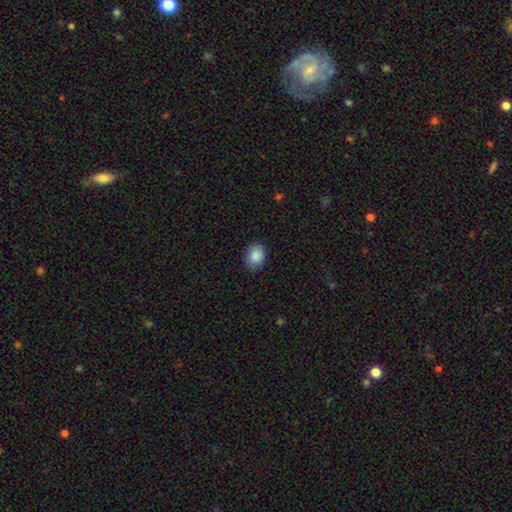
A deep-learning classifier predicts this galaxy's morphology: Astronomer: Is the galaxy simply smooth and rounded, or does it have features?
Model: smooth — 87%.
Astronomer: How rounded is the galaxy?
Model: in between — 68%.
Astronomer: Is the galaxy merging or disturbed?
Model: none — 83%.